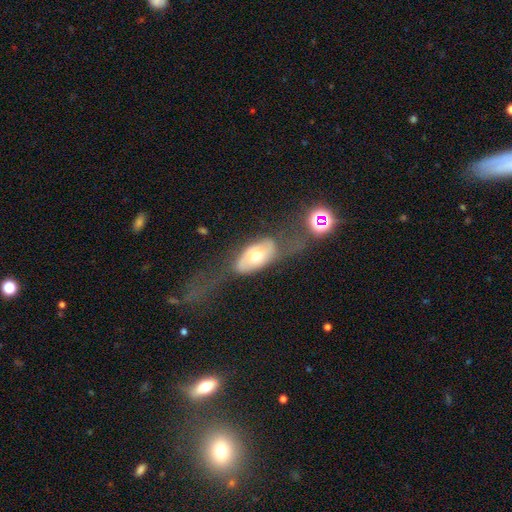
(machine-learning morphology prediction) smooth_or_featured: featured or disk (p=0.54) [alt: smooth p=0.38]
disk_edge_on: no (p=0.85) [alt: yes p=0.15]
merging: none (p=0.37) [alt: major disturbance p=0.35]